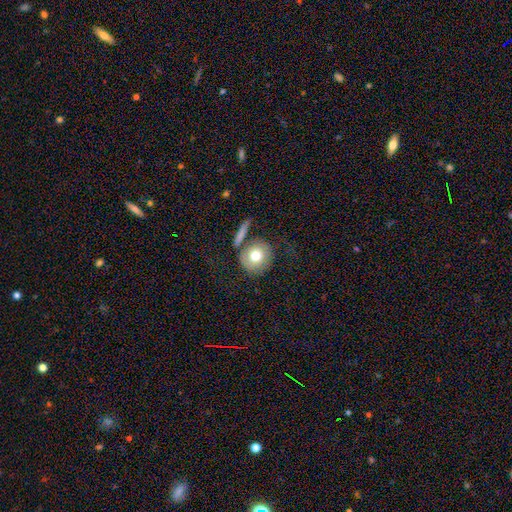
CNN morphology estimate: Smooth or featured? smooth (73%)
How rounded? round (88%)
Merging? none (64%)